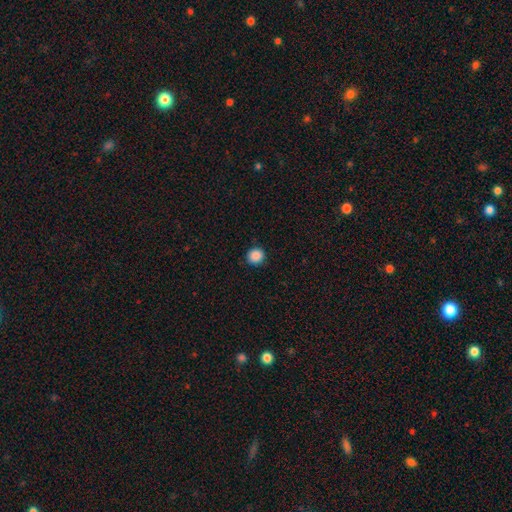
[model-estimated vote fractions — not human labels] Smooth or featured?
  - smooth: 88% *
  - star or artifact: 10%
  - featured or disk: 2%
How rounded?
  - round: 91% *
  - in between: 8%
  - cigar-shaped: 1%
Merging?
  - none: 91% *
  - minor disturbance: 6%
  - major disturbance: 2%
  - merger: 1%